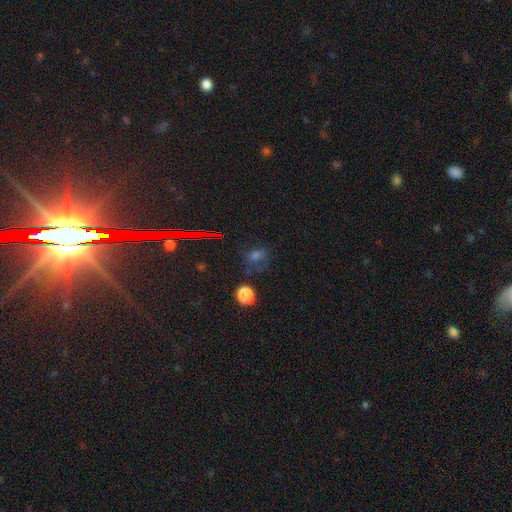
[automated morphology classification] smooth_or_featured: smooth (p=0.49) [alt: star or artifact p=0.35]
merging: none (p=0.59) [alt: minor disturbance p=0.22]